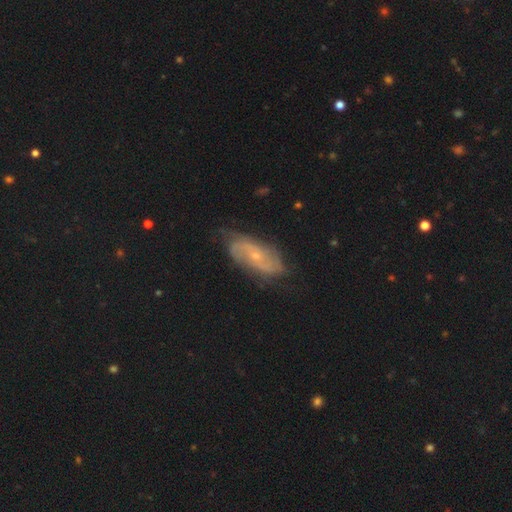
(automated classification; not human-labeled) This appears to be a featured or disk galaxy (75%) with no bar (63%), 2 (64%) medium (42%) spiral arms (90%) and a small central bulge (74%). Merging: none (75%).